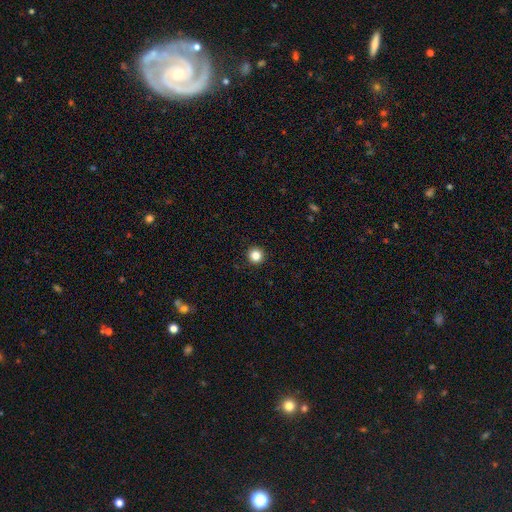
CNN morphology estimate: The model was most divided on "smooth or featured": smooth: 85%, star or artifact: 11%, featured or disk: 4%. More confident: how rounded — round (96%); merging — none (94%).